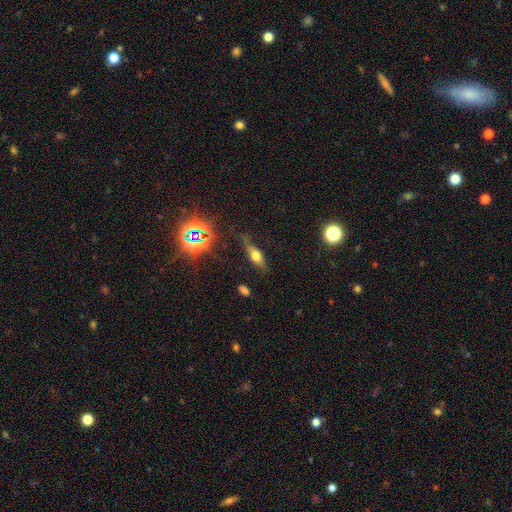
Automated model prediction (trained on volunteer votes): Morphology: type=smooth (48%); merging=none (71%).